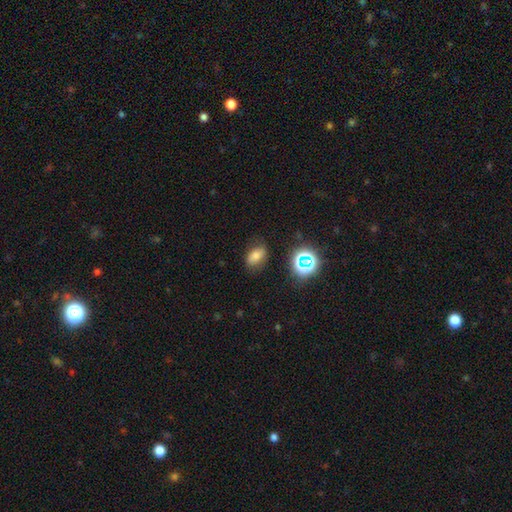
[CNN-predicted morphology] smooth_or_featured: smooth (p=0.69) [alt: star or artifact p=0.18]
how_rounded: in between (p=0.82) [alt: round p=0.16]
merging: none (p=0.77) [alt: minor disturbance p=0.16]